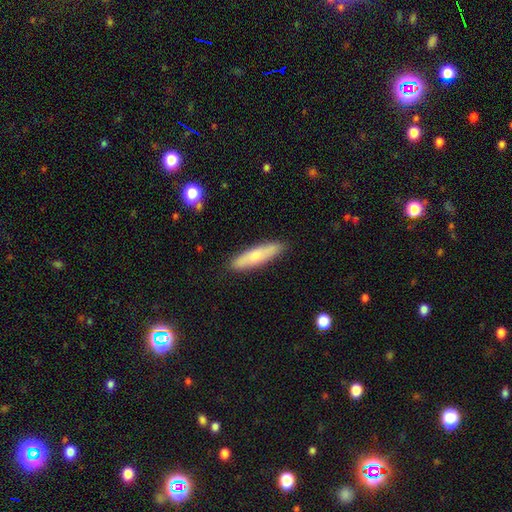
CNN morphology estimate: This is likely a smooth galaxy (64%). How rounded: likely cigar-shaped (77%). Merging: clearly none (87%).